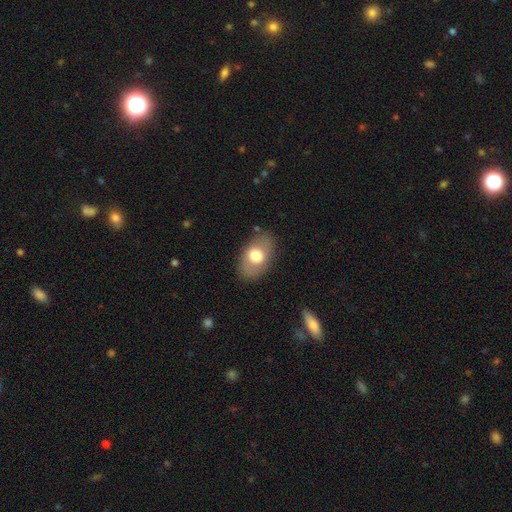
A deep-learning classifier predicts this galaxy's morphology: smooth_or_featured: smooth (p=0.66) [alt: featured or disk p=0.27]
how_rounded: in between (p=0.88) [alt: round p=0.11]
merging: none (p=0.81) [alt: minor disturbance p=0.13]